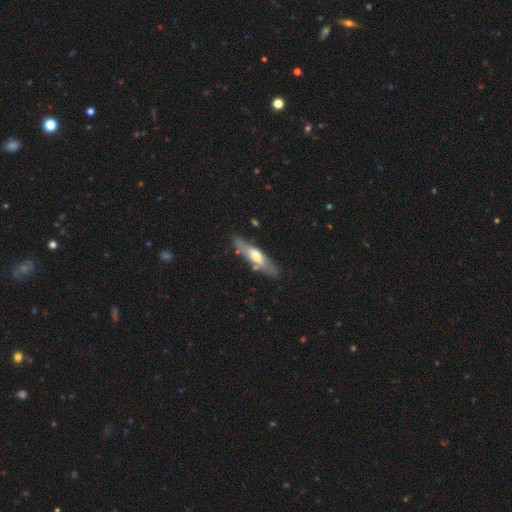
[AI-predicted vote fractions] smooth_or_featured: featured or disk (p=0.49) [alt: smooth p=0.45]
merging: none (p=0.75) [alt: minor disturbance p=0.17]